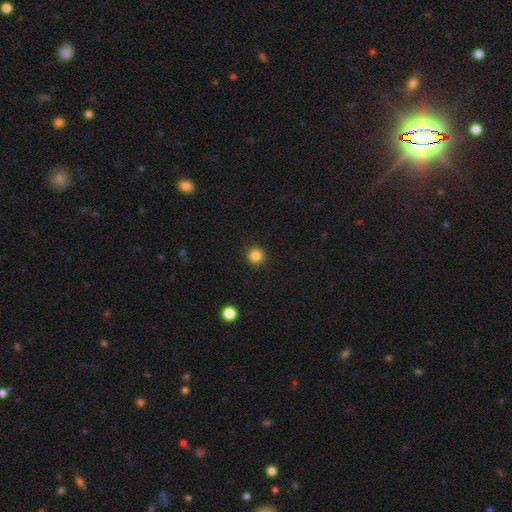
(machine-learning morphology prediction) Q: Smooth or featured?
A: smooth (84%); runner-up: star or artifact (12%)
Q: How rounded?
A: round (94%); runner-up: in between (5%)
Q: Merging?
A: none (92%); runner-up: minor disturbance (5%)